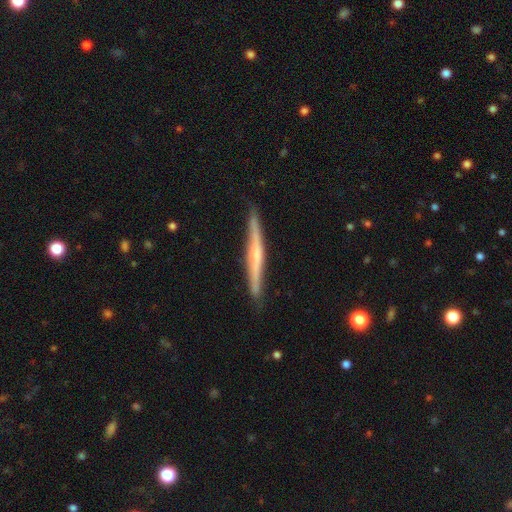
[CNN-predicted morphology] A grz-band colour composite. It shows a featured or disk galaxy (66%) viewed edge-on (96%) with a rounded central bulge (49%). Merging: none (85%).